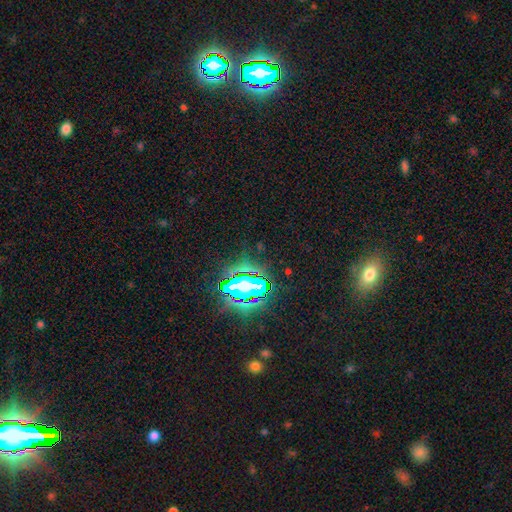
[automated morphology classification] Q: Smooth or featured?
A: star or artifact (76%); runner-up: smooth (14%)